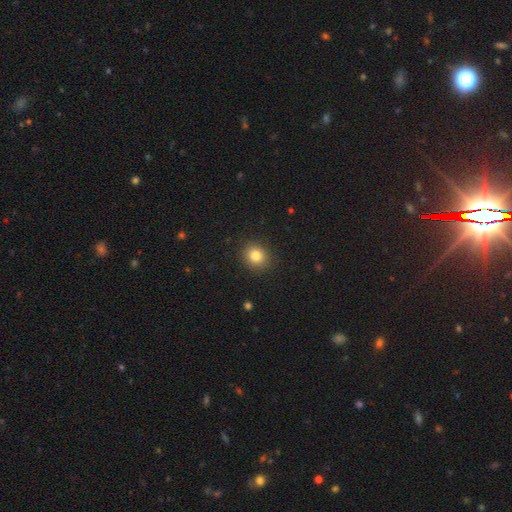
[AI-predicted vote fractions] A smooth galaxy with no disk features (83%) that is round (78%).

Vote fractions:
- Smooth or featured? smooth: 83% / star or artifact: 11% / featured or disk: 6%
- How rounded? round: 78% / in between: 21% / cigar-shaped: 1%
- Merging? none: 90% / minor disturbance: 7% / major disturbance: 2% / merger: 1%